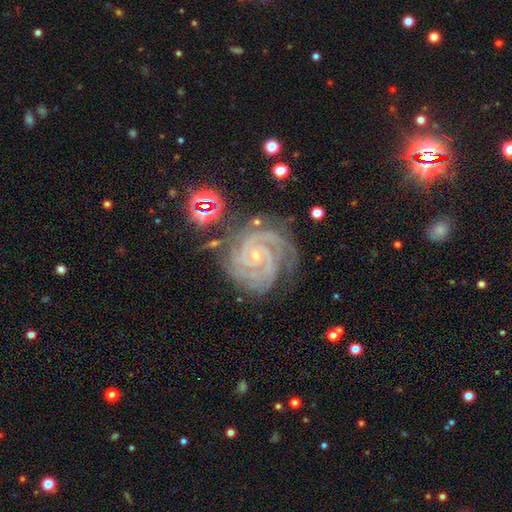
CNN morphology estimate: Smooth or featured?
  - featured or disk: 92% *
  - star or artifact: 6%
  - smooth: 2%
Edge-on disk?
  - no: 98% *
  - yes: 2%
Bar?
  - no: 66% *
  - weak: 23%
  - strong: 12%
Spiral arms?
  - yes: 99% *
  - no: 1%
Spiral winding?
  - tight: 83% *
  - medium: 16%
  - loose: 2%
Spiral arm count?
  - 3: 34% *
  - 2: 28%
  - 4: 18%
  - can't tell: 8%
  - more than 4: 6%
  - 1: 6%
Bulge size?
  - small: 85% *
  - moderate: 11%
  - none: 2%
  - large: 1%
  - dominant: 1%
Merging?
  - none: 71% *
  - minor disturbance: 19%
  - major disturbance: 6%
  - merger: 3%